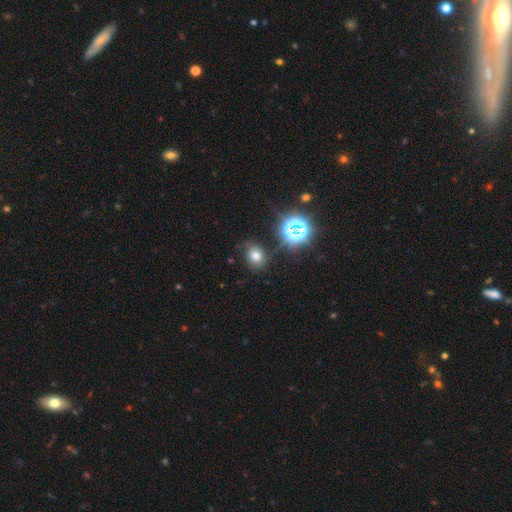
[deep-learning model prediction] This appears to be a smooth galaxy with no disk features (60%) that is round (54%). Merging: none (70%).